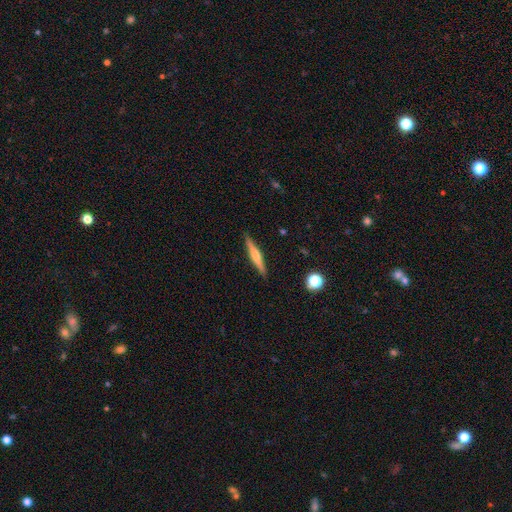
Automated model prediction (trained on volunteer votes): smooth_or_featured: featured or disk (p=0.55) [alt: smooth p=0.39]
disk_edge_on: yes (p=0.97) [alt: no p=0.03]
edge_on_bulge: rounded (p=0.69) [alt: none p=0.18]
merging: none (p=0.90) [alt: minor disturbance p=0.07]